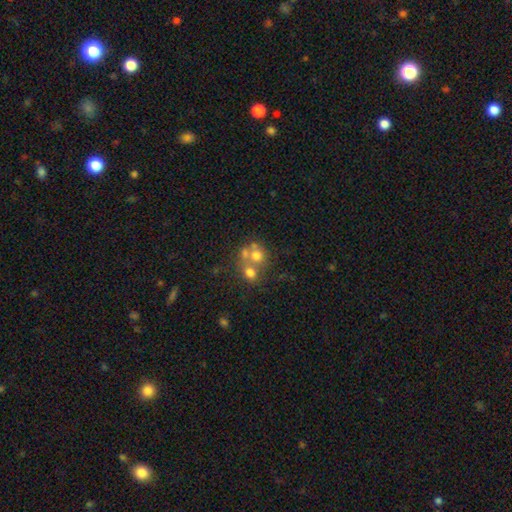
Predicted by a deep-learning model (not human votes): Morphology: type=smooth (59%); roundness=round (75%); merging=merger (53%).